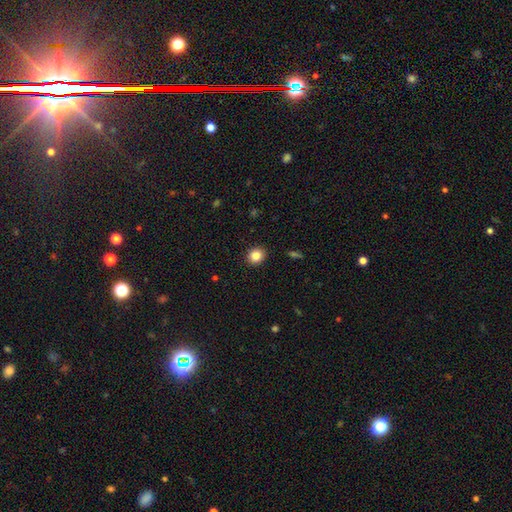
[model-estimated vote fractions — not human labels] This appears to be a smooth galaxy with no disk features (84%) that is round (75%). Merging: none (92%).